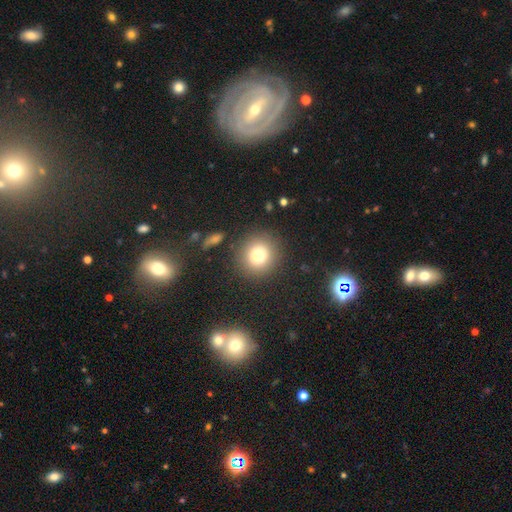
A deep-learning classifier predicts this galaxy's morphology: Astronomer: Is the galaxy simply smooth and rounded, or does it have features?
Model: smooth — 76%.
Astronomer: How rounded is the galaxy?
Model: round — 90%.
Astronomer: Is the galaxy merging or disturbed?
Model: none — 87%.